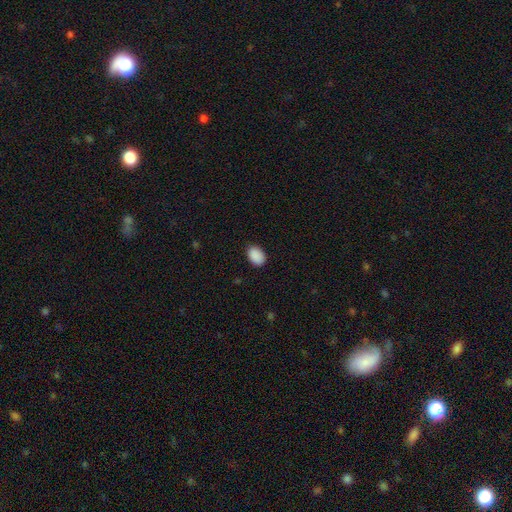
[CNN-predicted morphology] Smooth or featured? Predicted: smooth (p=0.91). How rounded? Predicted: in between (p=0.83). Merging? Predicted: none (p=0.88).